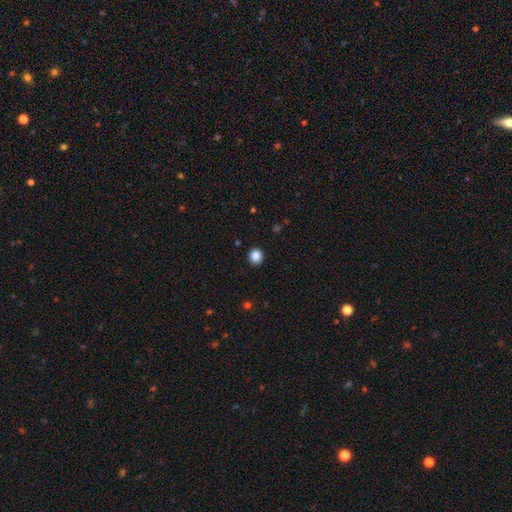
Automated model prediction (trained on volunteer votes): This appears to be a smooth galaxy with no disk features (86%) that is round (90%). Merging: none (92%).